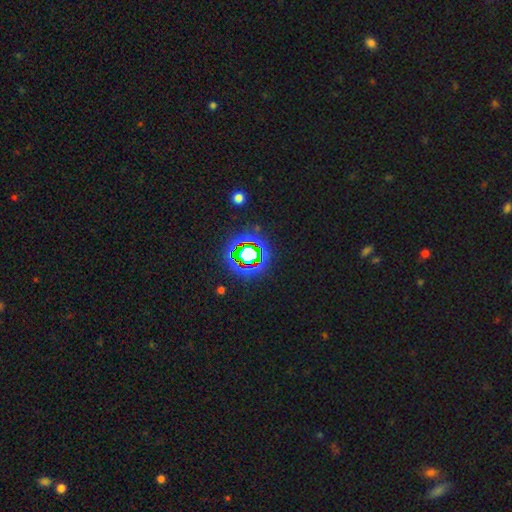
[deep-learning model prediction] smooth-or-featured: star or artifact: 74% | smooth: 17% | featured or disk: 9%